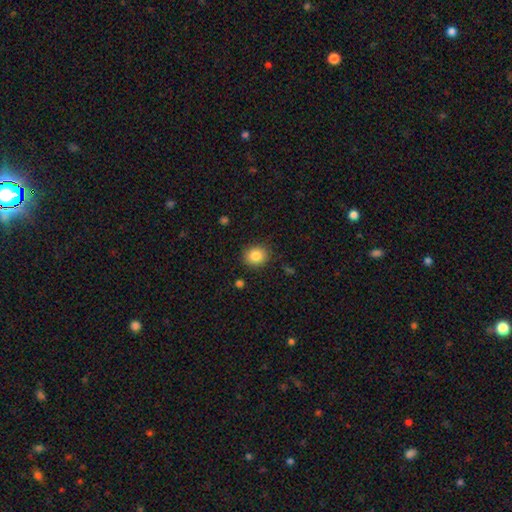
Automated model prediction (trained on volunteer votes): Smooth or featured? smooth (85%)
How rounded? round (74%)
Merging? none (87%)